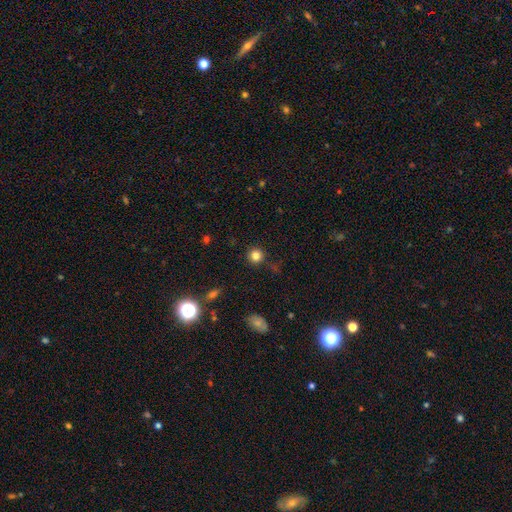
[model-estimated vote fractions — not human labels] This appears to be a smooth galaxy with no disk features (82%) that is round (94%). Merging: none (89%).